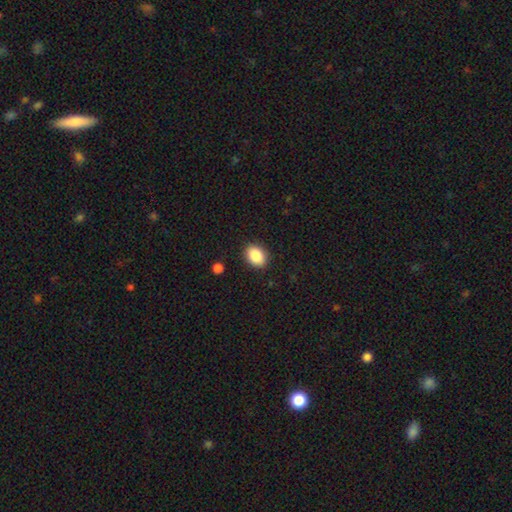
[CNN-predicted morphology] Q: Smooth or featured?
A: smooth (89%); runner-up: star or artifact (8%)
Q: How rounded?
A: in between (71%); runner-up: round (28%)
Q: Merging?
A: none (89%); runner-up: minor disturbance (8%)